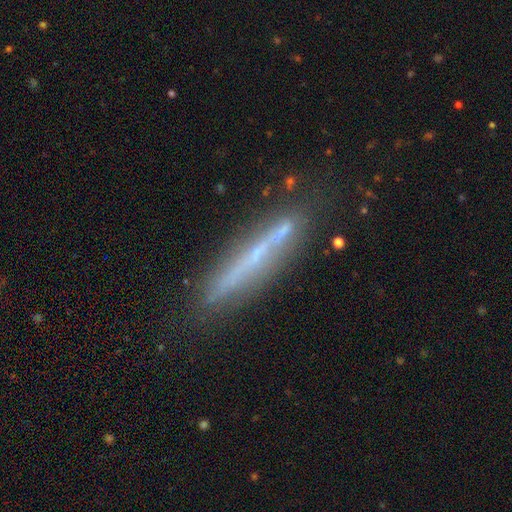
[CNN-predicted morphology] The model was most divided on "smooth or featured": featured or disk: 62%, smooth: 29%, star or artifact: 8%. More confident: edge-on disk — yes (92%); edge-on bulge — none (81%); merging — none (81%).